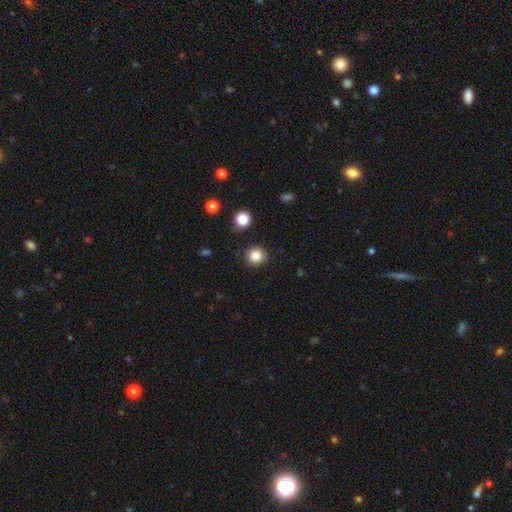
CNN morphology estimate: Smooth or featured? smooth (84%)
How rounded? round (93%)
Merging? none (91%)